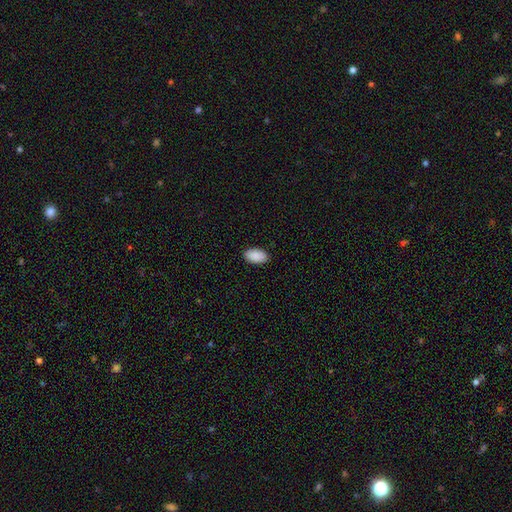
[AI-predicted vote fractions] This is clearly a smooth galaxy (91%). How rounded: clearly in between (95%). Merging: clearly none (89%).